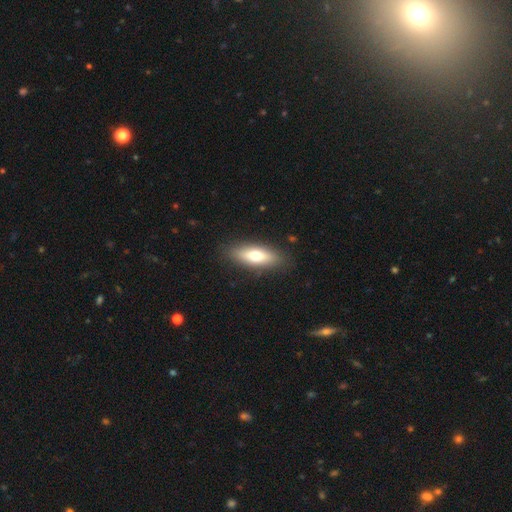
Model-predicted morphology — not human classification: type=smooth (69%); roundness=in between (62%); merging=none (86%).